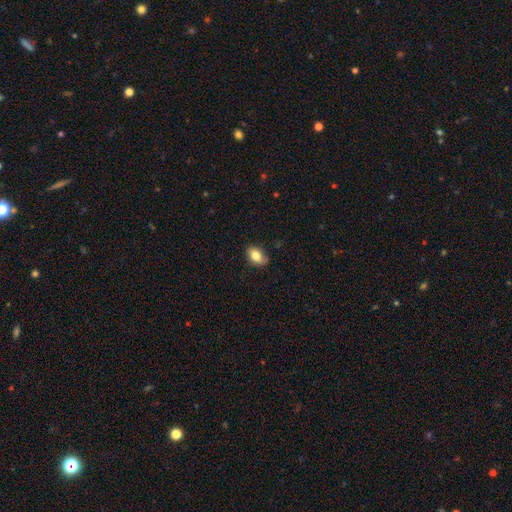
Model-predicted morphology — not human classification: This appears to be a smooth galaxy with no disk features (82%) that is in between round and cigar-shaped (85%). Merging: none (78%).